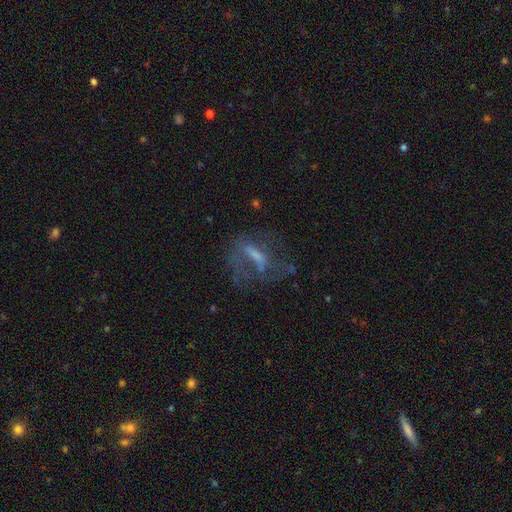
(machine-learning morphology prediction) The model was most divided on "merging": none: 43%, major disturbance: 36%, minor disturbance: 18%, merger: 3%. More confident: edge-on disk — no (85%); smooth or featured — featured or disk (55%).